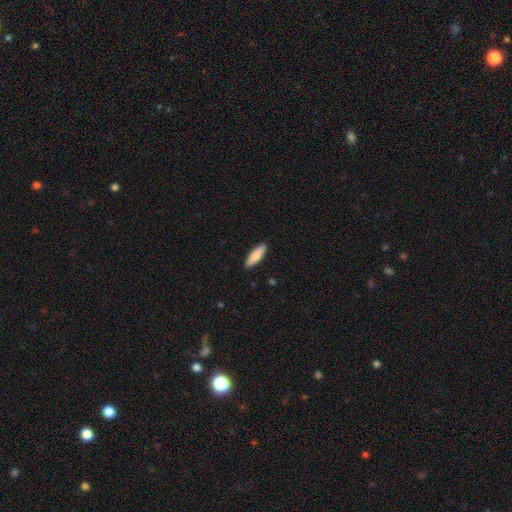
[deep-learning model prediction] This appears to be a smooth galaxy with no disk features (85%) that is cigar-shaped (50%). Merging: none (90%).